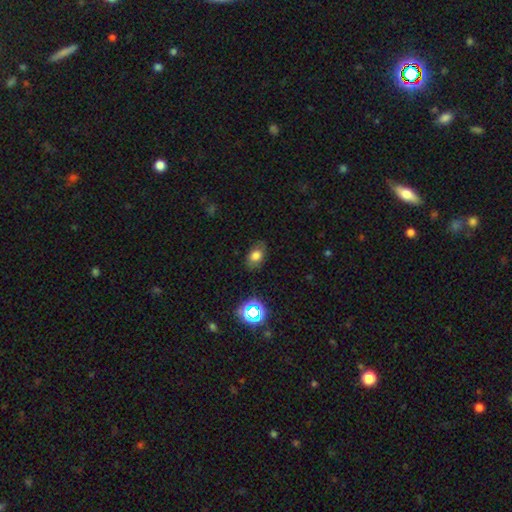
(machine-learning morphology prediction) This is likely a smooth galaxy (70%). How rounded: likely in between (78%). Merging: likely none (77%).